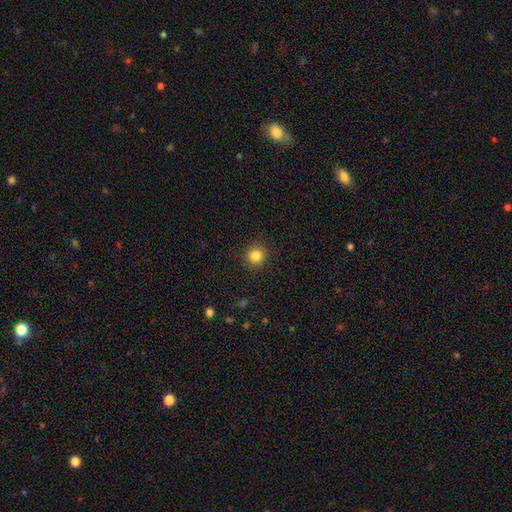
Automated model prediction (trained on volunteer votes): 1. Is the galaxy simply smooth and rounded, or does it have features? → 84% smooth, 11% star or artifact, 5% featured or disk.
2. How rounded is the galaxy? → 92% round, 7% in between, 1% cigar-shaped.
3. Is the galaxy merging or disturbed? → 91% none, 6% minor disturbance, 2% major disturbance, 1% merger.